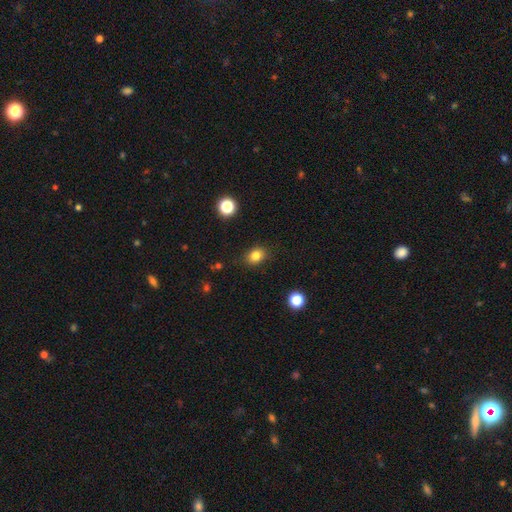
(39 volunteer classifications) smooth-or-featured: smooth: 92% | featured or disk: 5% | star or artifact: 3%
  how-rounded: round: 50% (tied) | in between: 50% (tied) | cigar-shaped: 0%
  merging: none: 82% | merger: 8% | minor disturbance: 5% | major disturbance: 5%